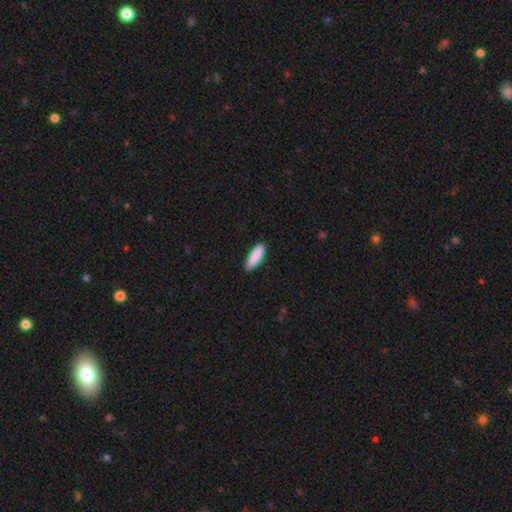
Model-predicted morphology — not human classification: smooth_or_featured: smooth (p=0.88) [alt: featured or disk p=0.06]
how_rounded: cigar-shaped (p=0.57) [alt: in between p=0.41]
merging: none (p=0.86) [alt: minor disturbance p=0.11]